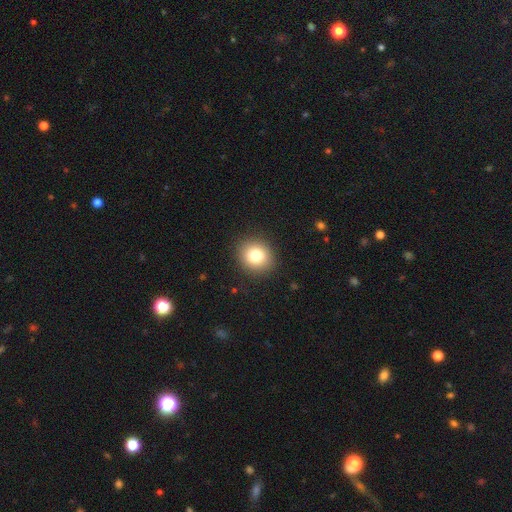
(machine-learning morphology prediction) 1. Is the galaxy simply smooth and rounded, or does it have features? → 81% smooth, 10% star or artifact, 9% featured or disk.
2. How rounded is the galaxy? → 79% round, 20% in between, 1% cigar-shaped.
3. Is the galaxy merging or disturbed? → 90% none, 7% minor disturbance, 2% major disturbance, 1% merger.